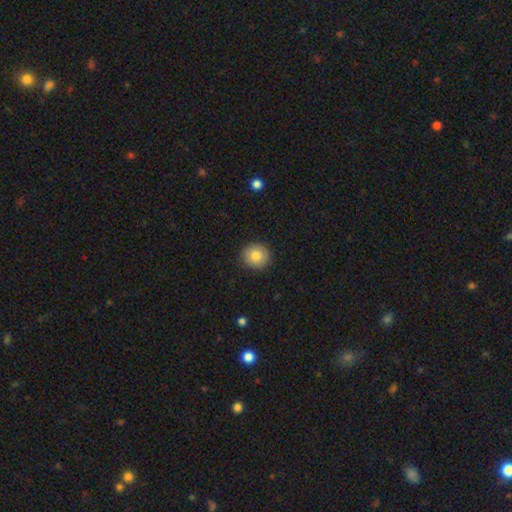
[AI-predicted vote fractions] Q: Smooth or featured?
A: smooth (83%); runner-up: star or artifact (9%)
Q: How rounded?
A: round (88%); runner-up: in between (11%)
Q: Merging?
A: none (91%); runner-up: minor disturbance (6%)